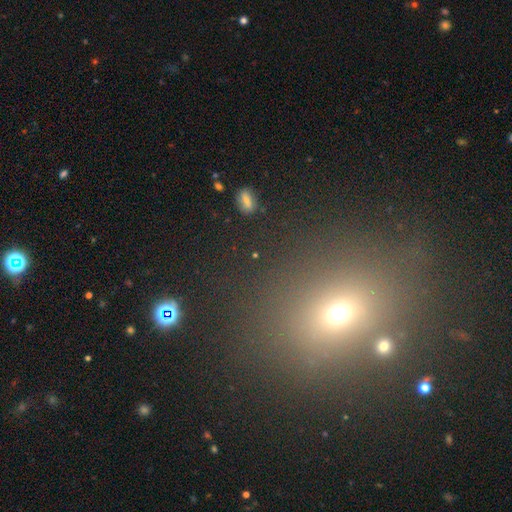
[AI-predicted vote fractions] Smooth or featured? Predicted: smooth (p=0.47). Merging? Predicted: none (p=0.82).